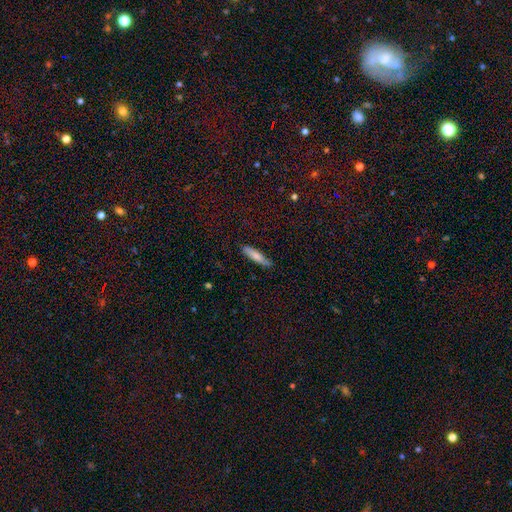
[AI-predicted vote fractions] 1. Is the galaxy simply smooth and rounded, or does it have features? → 73% smooth, 21% featured or disk, 6% star or artifact.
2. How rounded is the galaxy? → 79% cigar-shaped, 19% in between, 2% round.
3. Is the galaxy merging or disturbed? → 80% none, 16% minor disturbance, 3% major disturbance, 1% merger.